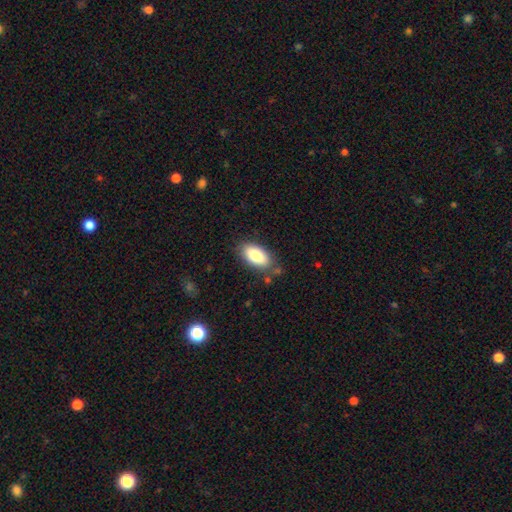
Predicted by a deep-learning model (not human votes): This is clearly a smooth galaxy (84%). How rounded: clearly in between (93%). Merging: likely none (79%).